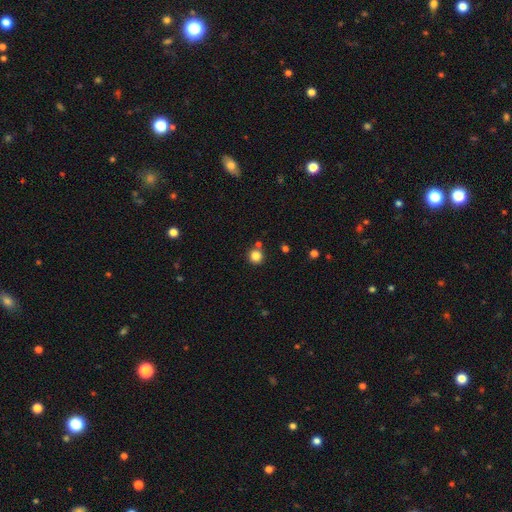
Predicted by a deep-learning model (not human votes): The model was most divided on "merging": none: 79%, merger: 11%, minor disturbance: 8%, major disturbance: 3%. More confident: how rounded — round (94%); smooth or featured — smooth (83%).